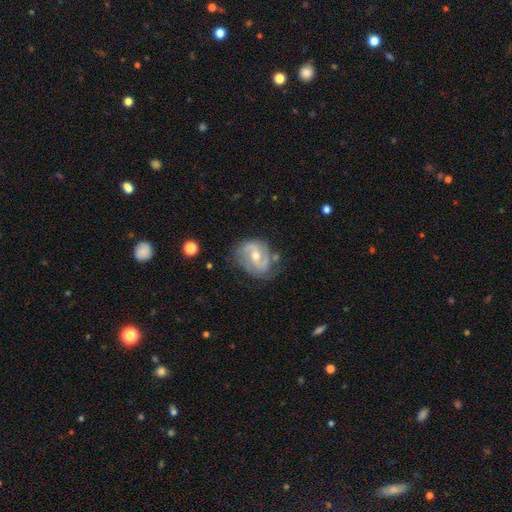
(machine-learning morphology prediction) Overall: featured or disk (79%). Edge-on disk: no (97%). Bar: weak (45%; no 39%). Spiral arms: yes (89%). Spiral arm count: 2 (78%). Spiral winding: medium (47%; tight 32%). Bulge size: moderate (66%; small 29%). Merging: none (65%).